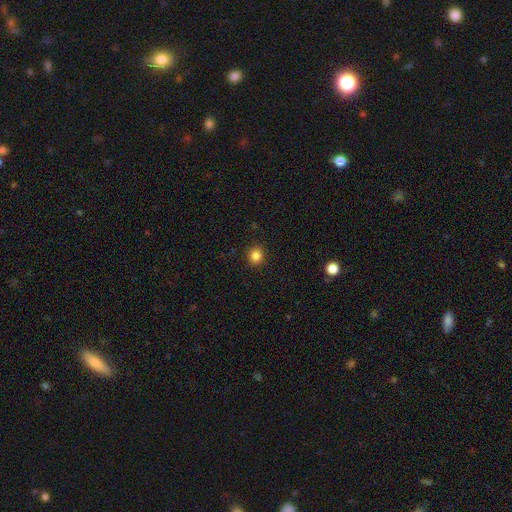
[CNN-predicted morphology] This appears to be a smooth galaxy with no disk features (84%) that is round (87%). Merging: none (91%).